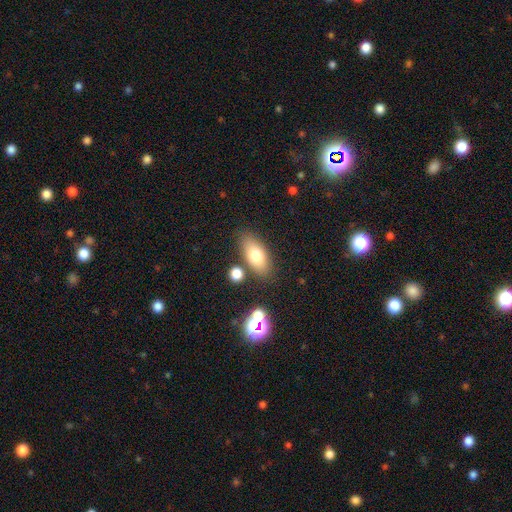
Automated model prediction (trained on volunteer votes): Morphology: type=smooth (75%); roundness=in between (85%); merging=none (78%).